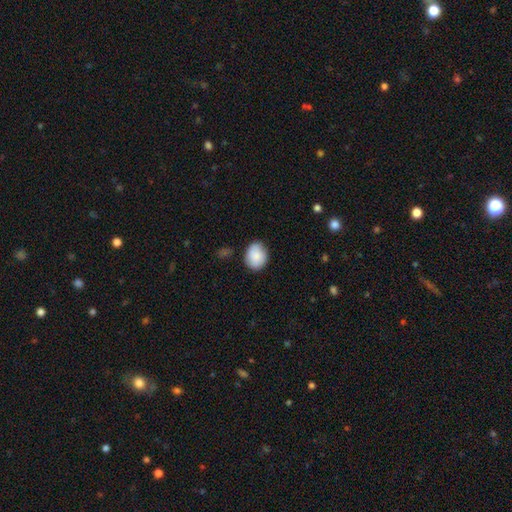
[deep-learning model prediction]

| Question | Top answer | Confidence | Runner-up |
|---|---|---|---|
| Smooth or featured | smooth | 86% | featured or disk (7%) |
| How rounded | in between | 50% | round (49%) |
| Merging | none | 79% | minor disturbance (16%) |